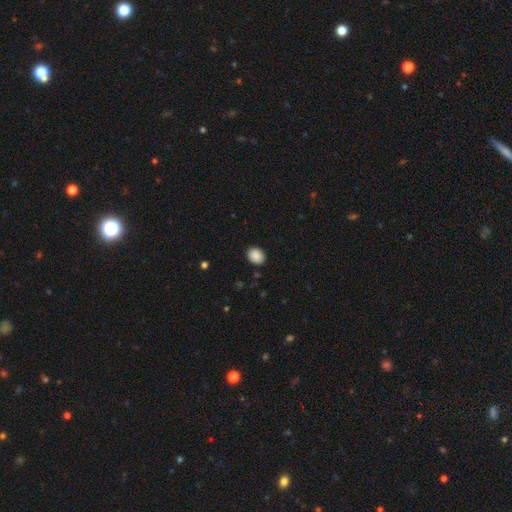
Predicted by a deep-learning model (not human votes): Morphology: type=smooth (89%); roundness=round (51%); merging=none (89%).